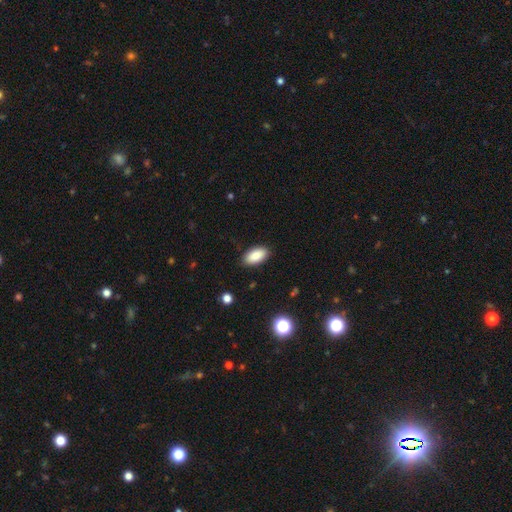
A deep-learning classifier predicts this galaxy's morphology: Smooth or featured?
  - smooth: 88% *
  - star or artifact: 7%
  - featured or disk: 5%
How rounded?
  - in between: 94% *
  - cigar-shaped: 4%
  - round: 3%
Merging?
  - none: 87% *
  - minor disturbance: 9%
  - major disturbance: 2%
  - merger: 1%